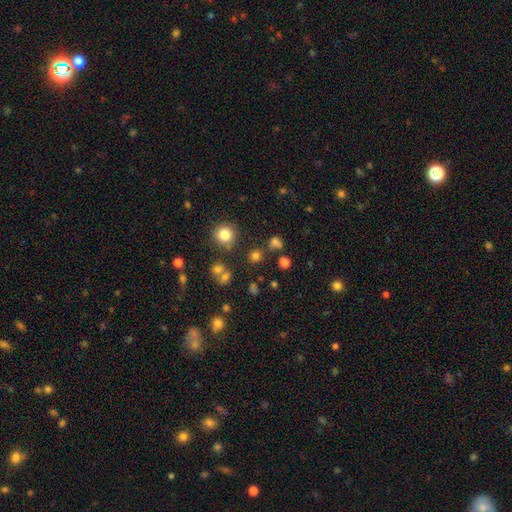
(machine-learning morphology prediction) Smooth or featured?
  - smooth: 69% *
  - star or artifact: 24%
  - featured or disk: 7%
How rounded?
  - round: 88% *
  - in between: 10%
  - cigar-shaped: 1%
Merging?
  - none: 76% *
  - merger: 12%
  - minor disturbance: 9%
  - major disturbance: 4%